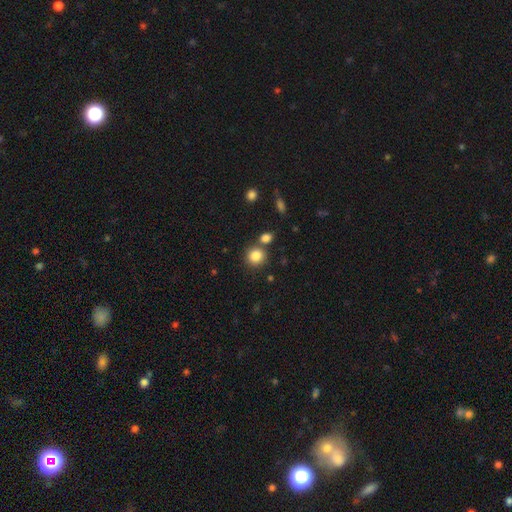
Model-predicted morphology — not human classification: A smooth galaxy with no disk features (84%) that is round (85%).

Vote fractions:
- Smooth or featured? smooth: 84% / star or artifact: 10% / featured or disk: 6%
- How rounded? round: 85% / in between: 14% / cigar-shaped: 1%
- Merging? none: 70% / merger: 18% / minor disturbance: 9% / major disturbance: 3%